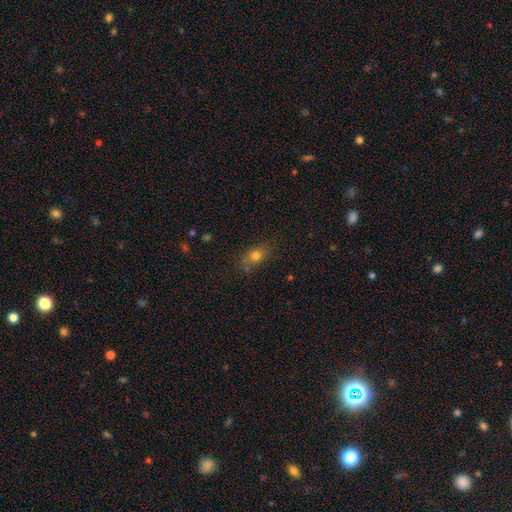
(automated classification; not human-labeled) The model was most divided on "how rounded": in between: 62%, round: 33%, cigar-shaped: 5%. More confident: smooth or featured — smooth (74%); merging — none (67%).